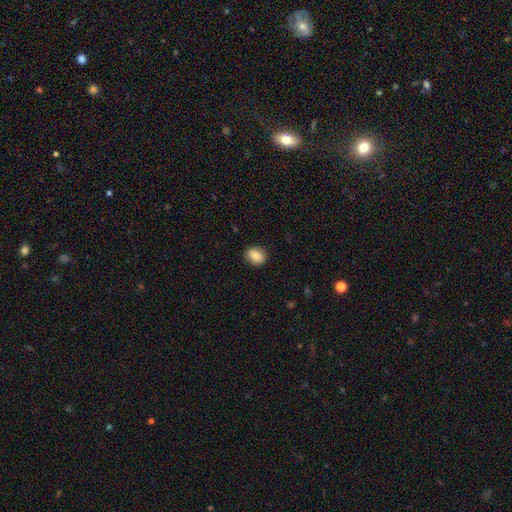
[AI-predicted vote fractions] smooth_or_featured: smooth (p=0.85) [alt: star or artifact p=0.08]
how_rounded: round (p=0.50) [alt: in between p=0.49]
merging: none (p=0.90) [alt: minor disturbance p=0.07]